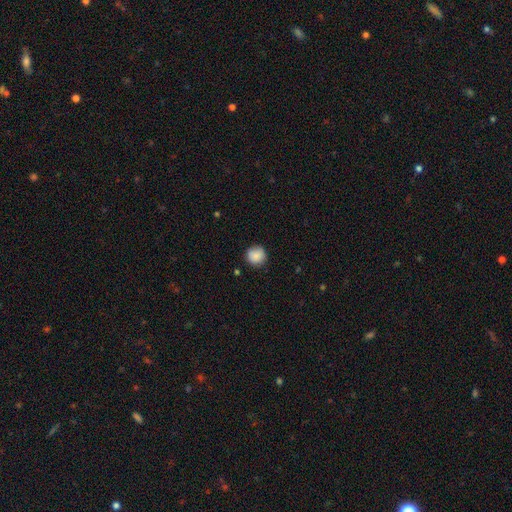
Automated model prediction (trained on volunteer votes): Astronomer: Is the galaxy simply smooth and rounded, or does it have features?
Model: smooth — 86%.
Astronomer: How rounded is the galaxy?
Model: round — 92%.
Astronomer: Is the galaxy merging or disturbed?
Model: none — 85%.